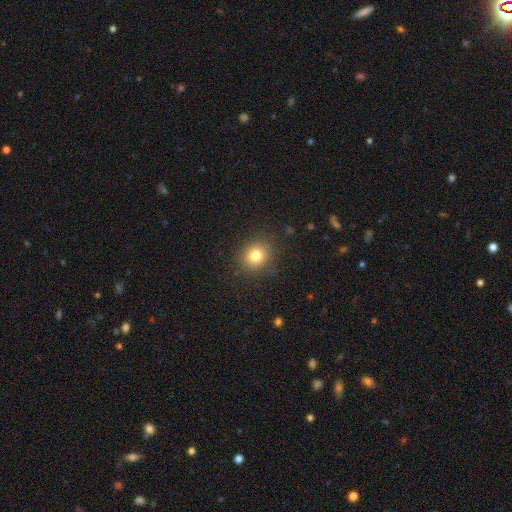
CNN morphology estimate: Overall: smooth (79%). How rounded: round (78%). Merging: none (87%).